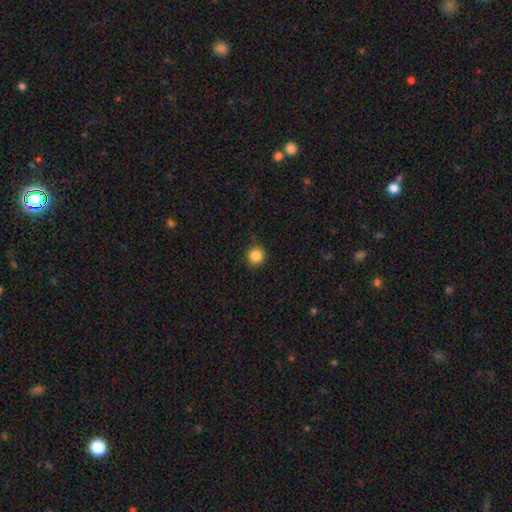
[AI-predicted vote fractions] smooth 86%, star or artifact 11%, featured or disk 3%. Down the decision tree: how rounded — round (95%); merging — none (92%).